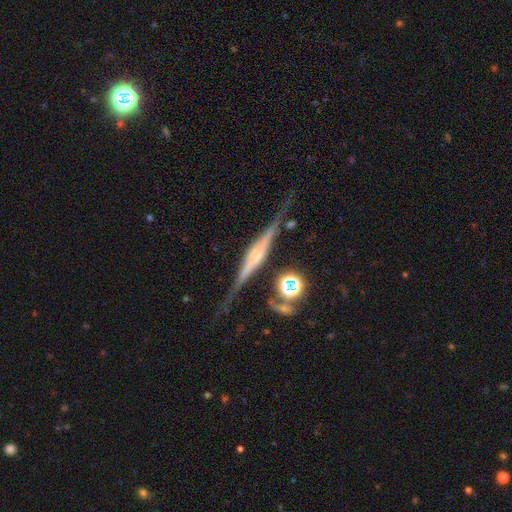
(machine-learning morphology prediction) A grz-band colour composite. It shows a featured or disk galaxy (85%) viewed edge-on (97%) with a rounded central bulge (59%). Merging: none (80%).